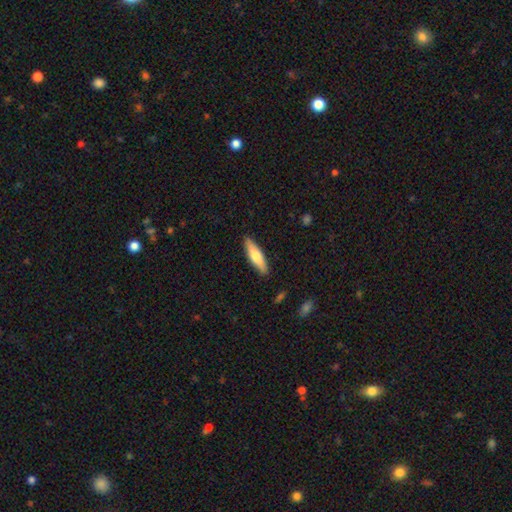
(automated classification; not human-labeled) Smooth or featured?
  - smooth: 67% *
  - featured or disk: 27%
  - star or artifact: 5%
How rounded?
  - cigar-shaped: 66% *
  - in between: 33%
  - round: 2%
Merging?
  - none: 88% *
  - minor disturbance: 9%
  - major disturbance: 2%
  - merger: 1%